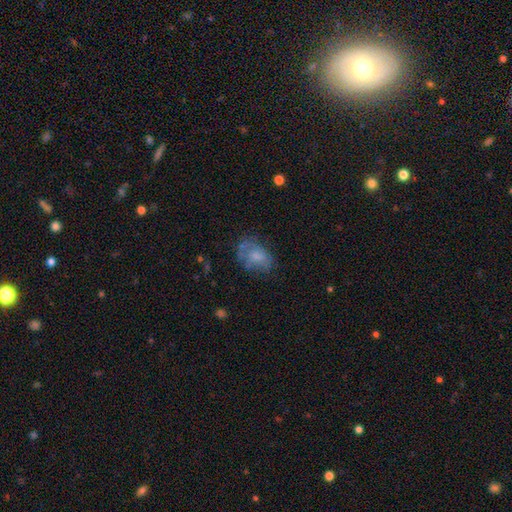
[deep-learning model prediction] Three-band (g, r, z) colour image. It shows a smooth galaxy with no disk features (56%) that is in between round and cigar-shaped (79%). Merging: none (53%).